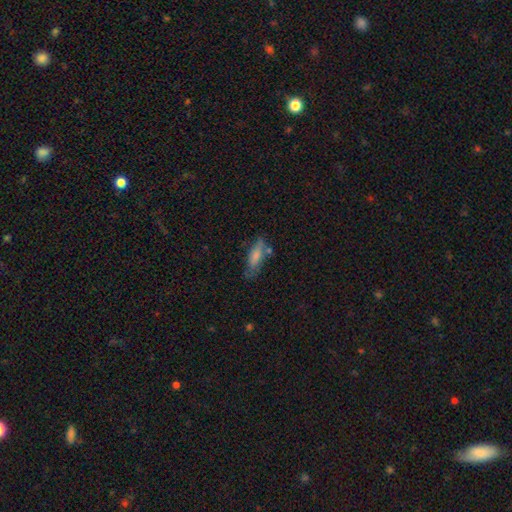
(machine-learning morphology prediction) The model was most divided on "how rounded": in between: 61%, cigar-shaped: 37%, round: 2%. More confident: smooth or featured — smooth (72%); merging — none (55%).